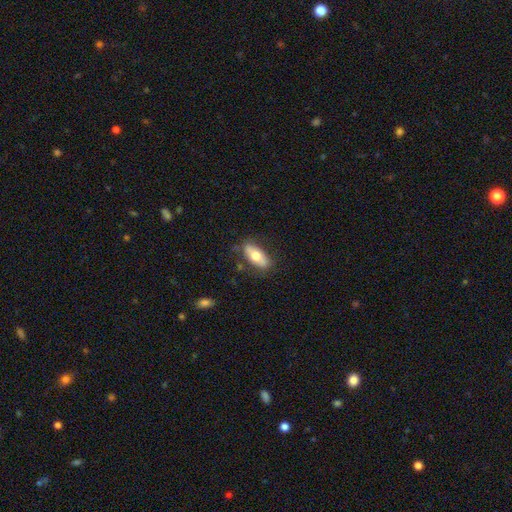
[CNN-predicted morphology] This appears to be a smooth galaxy with no disk features (65%) that is in between round and cigar-shaped (80%). Merging: none (77%).